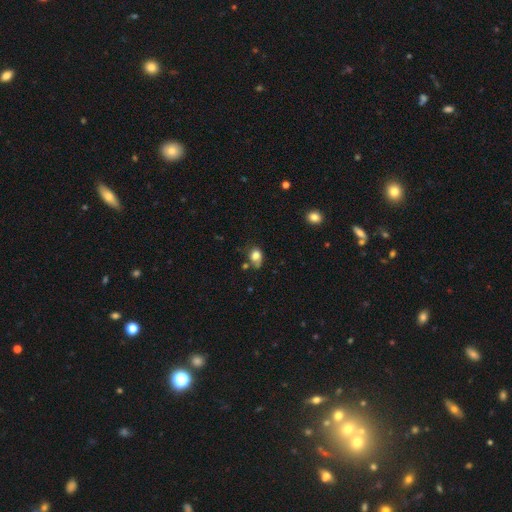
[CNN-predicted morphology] A smooth galaxy with no disk features (79%) that is in between round and cigar-shaped (56%). Merging: none (41%).